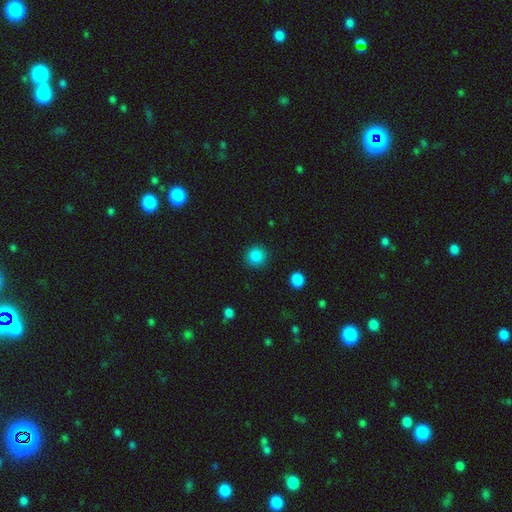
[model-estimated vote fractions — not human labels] Overall: smooth (86%). How rounded: round (93%). Merging: none (90%).